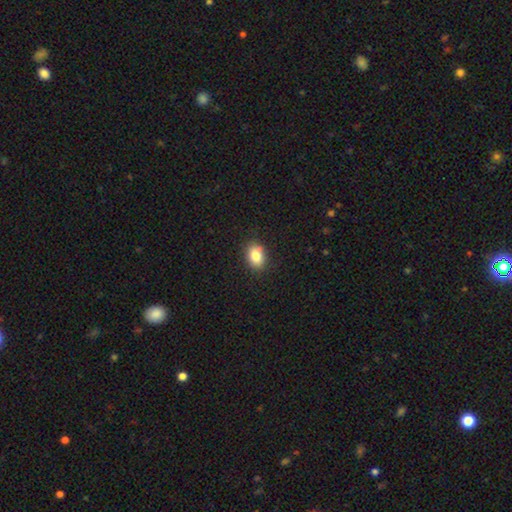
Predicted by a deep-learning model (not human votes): A smooth galaxy with no disk features (84%) that is in between round and cigar-shaped (75%). Merging: none (85%).